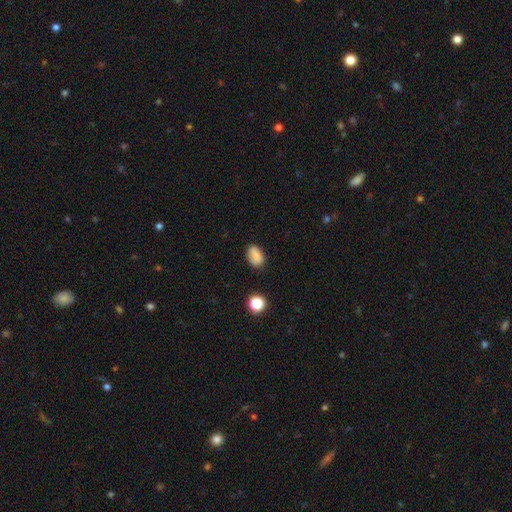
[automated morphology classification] Smooth or featured?
  - smooth: 81% *
  - star or artifact: 11%
  - featured or disk: 8%
How rounded?
  - in between: 81% *
  - round: 18%
  - cigar-shaped: 2%
Merging?
  - none: 72% *
  - minor disturbance: 19%
  - major disturbance: 4%
  - merger: 4%